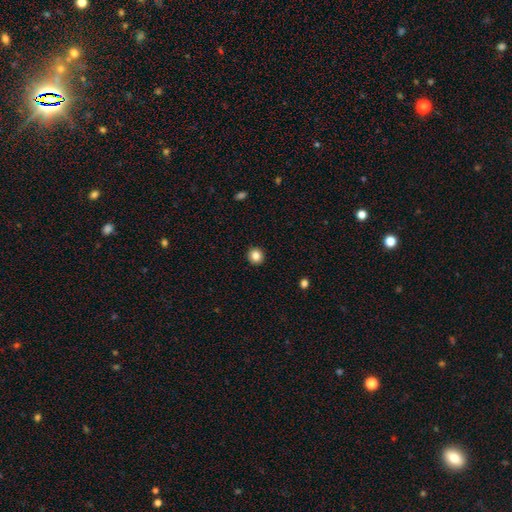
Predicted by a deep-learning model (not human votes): Smooth or featured: smooth — 85% (star or artifact — 10%)
How rounded: round — 92% (in between — 8%)
Merging: none — 93% (minor disturbance — 5%)